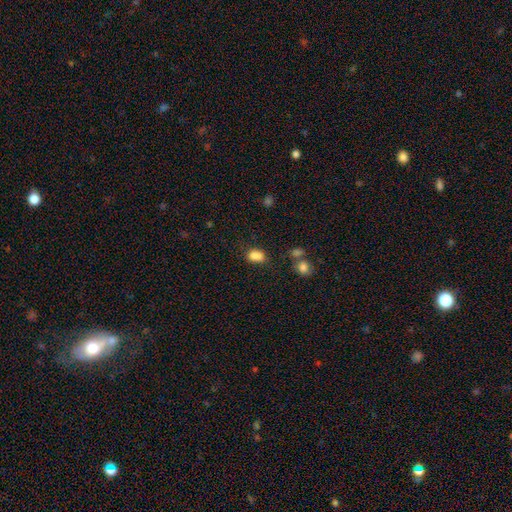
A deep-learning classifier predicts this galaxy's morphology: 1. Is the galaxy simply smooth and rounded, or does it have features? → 79% smooth, 12% star or artifact, 9% featured or disk.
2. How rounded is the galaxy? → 65% in between, 33% round, 2% cigar-shaped.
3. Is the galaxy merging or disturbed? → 41% none, 34% merger, 17% minor disturbance, 7% major disturbance.